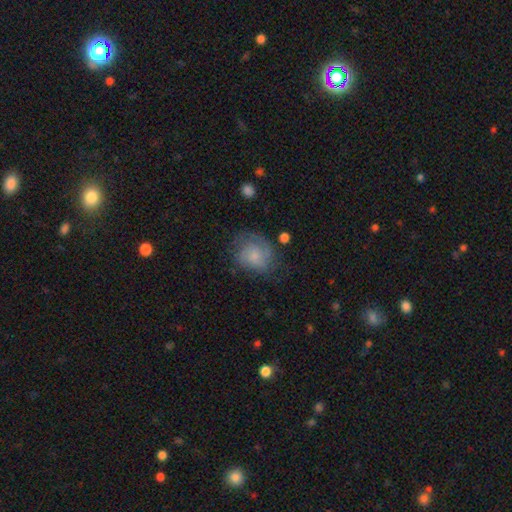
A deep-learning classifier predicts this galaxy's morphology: This appears to be a smooth galaxy with no disk features (55%) that is round (68%). Merging: none (57%).